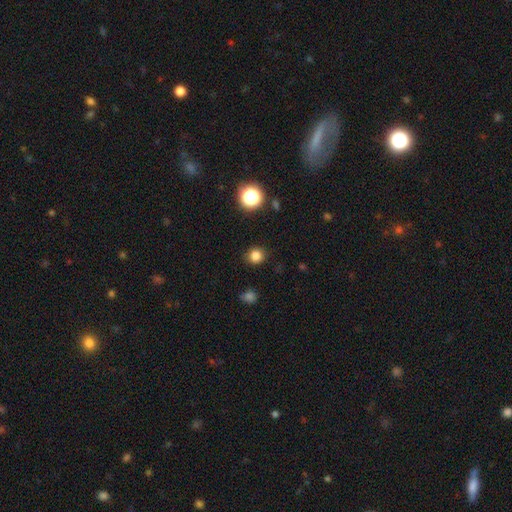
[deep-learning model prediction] smooth-or-featured: smooth: 82% | star or artifact: 14% | featured or disk: 4%
  how-rounded: round: 87% | in between: 12% | cigar-shaped: 1%
  merging: none: 88% | minor disturbance: 8% | major disturbance: 3% | merger: 1%